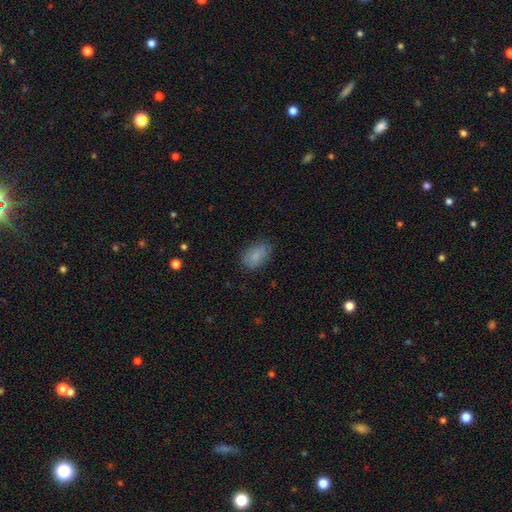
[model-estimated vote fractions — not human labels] The model was most divided on "merging": none: 80%, minor disturbance: 15%, major disturbance: 4%, merger: 1%. More confident: how rounded — in between (90%); smooth or featured — smooth (86%).